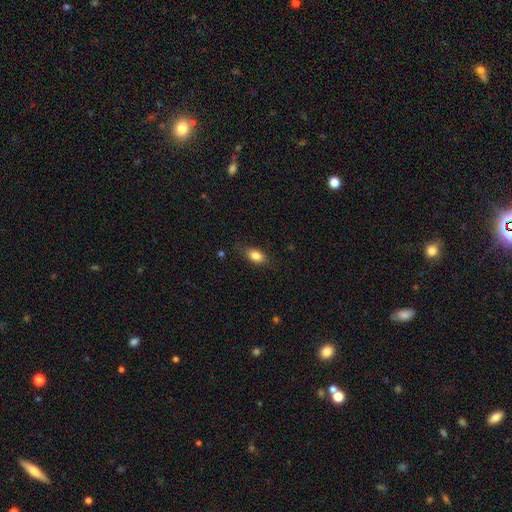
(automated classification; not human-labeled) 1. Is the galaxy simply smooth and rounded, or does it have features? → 83% smooth, 9% featured or disk, 8% star or artifact.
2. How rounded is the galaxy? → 85% in between, 9% round, 7% cigar-shaped.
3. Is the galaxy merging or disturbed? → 76% none, 18% minor disturbance, 5% major disturbance, 1% merger.